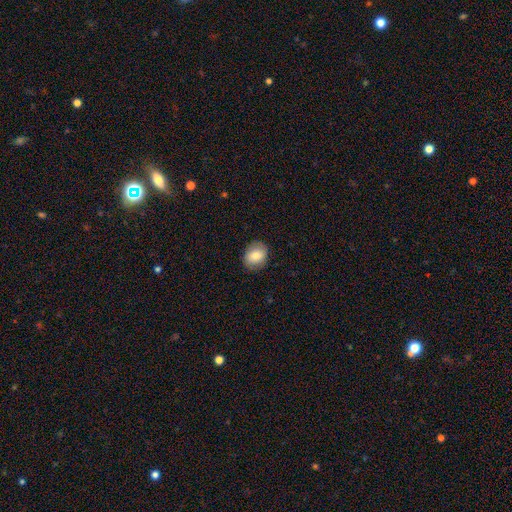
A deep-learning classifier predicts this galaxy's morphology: Smooth or featured?
  - smooth: 77% *
  - featured or disk: 15%
  - star or artifact: 8%
How rounded?
  - round: 52% *
  - in between: 47%
  - cigar-shaped: 1%
Merging?
  - none: 85% *
  - minor disturbance: 11%
  - major disturbance: 3%
  - merger: 1%